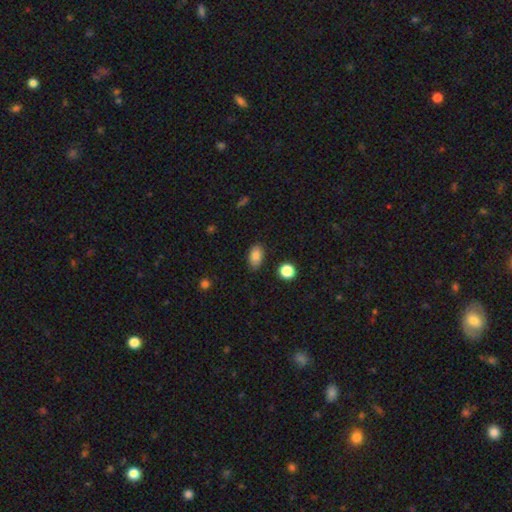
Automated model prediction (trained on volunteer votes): This is clearly a smooth galaxy (84%). How rounded: clearly in between (89%). Merging: clearly none (82%).